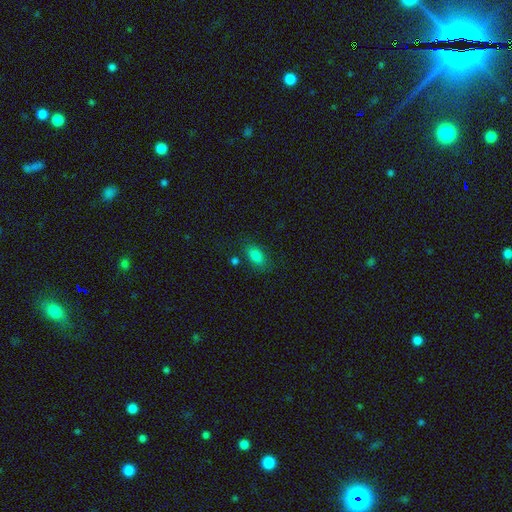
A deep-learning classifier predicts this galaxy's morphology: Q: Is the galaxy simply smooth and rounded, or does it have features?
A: smooth — 83%.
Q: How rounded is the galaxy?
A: in between — 88%.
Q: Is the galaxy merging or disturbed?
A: none — 78%.